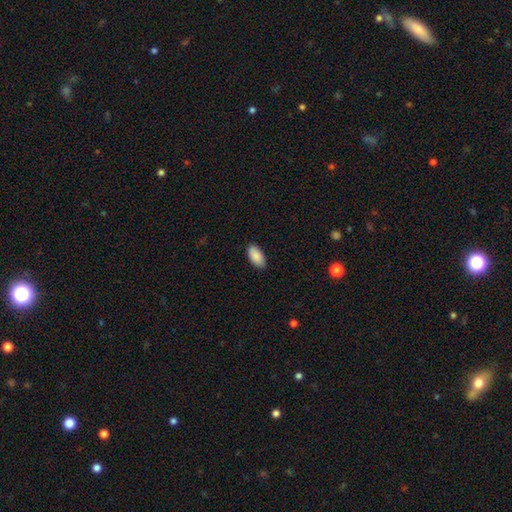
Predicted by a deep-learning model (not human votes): Overall: smooth (90%). How rounded: in between (95%). Merging: none (89%).